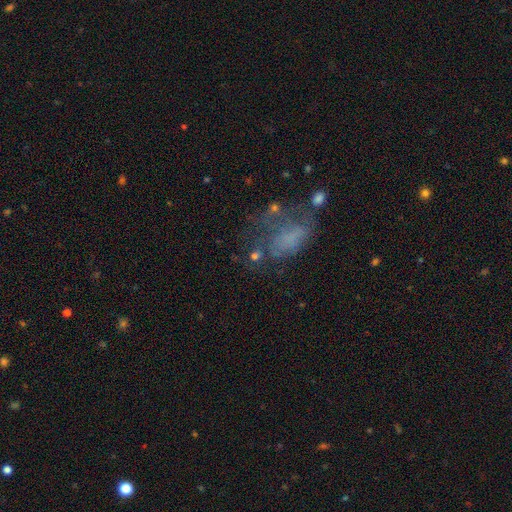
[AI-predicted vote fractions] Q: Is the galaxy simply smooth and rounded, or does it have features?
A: smooth — 49%.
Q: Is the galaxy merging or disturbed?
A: none — 35%.